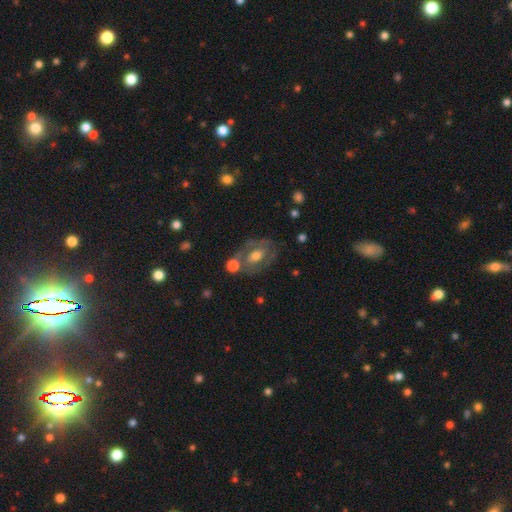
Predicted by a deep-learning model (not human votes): Q: Smooth or featured?
A: featured or disk (61%); runner-up: smooth (30%)
Q: Edge-on disk?
A: no (93%); runner-up: yes (7%)
Q: Bar?
A: no (61%); runner-up: weak (29%)
Q: Spiral arms?
A: no (54%); runner-up: yes (46%)
Q: Bulge size?
A: moderate (65%); runner-up: large (17%)
Q: Merging?
A: none (60%); runner-up: minor disturbance (17%)